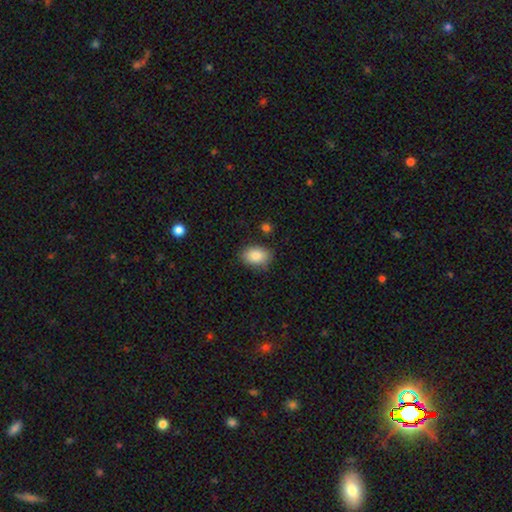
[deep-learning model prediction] Smooth or featured: smooth — 87% (star or artifact — 7%)
How rounded: in between — 85% (round — 14%)
Merging: none — 83% (minor disturbance — 12%)